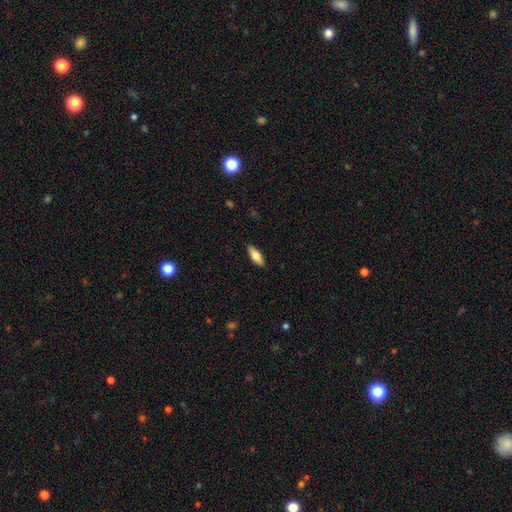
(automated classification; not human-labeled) Q: Smooth or featured?
A: smooth (72%); runner-up: featured or disk (23%)
Q: How rounded?
A: in between (71%); runner-up: cigar-shaped (27%)
Q: Merging?
A: none (89%); runner-up: minor disturbance (8%)